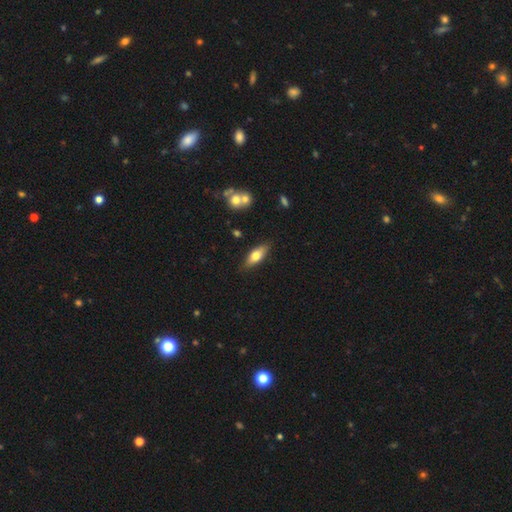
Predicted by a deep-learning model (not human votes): A smooth galaxy with no disk features (65%) that is in between round and cigar-shaped (69%).

Vote fractions:
- Smooth or featured? smooth: 65% / featured or disk: 29% / star or artifact: 6%
- How rounded? in between: 69% / cigar-shaped: 28% / round: 3%
- Merging? none: 83% / minor disturbance: 12% / major disturbance: 3% / merger: 2%